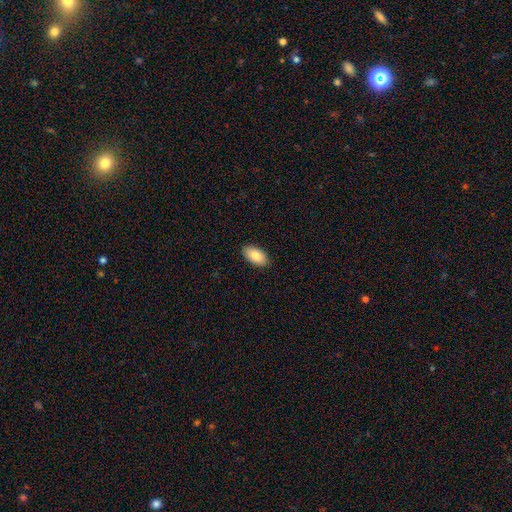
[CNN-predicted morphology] A smooth galaxy with no disk features (87%) that is in between round and cigar-shaped (95%). Merging: none (89%).